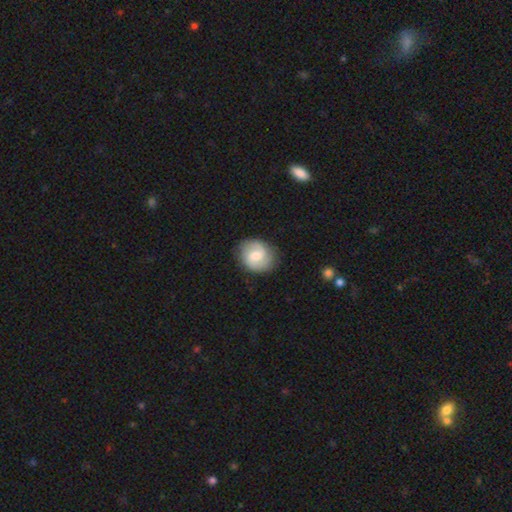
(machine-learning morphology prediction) Smooth or featured: featured or disk — 56% (smooth — 37%)
Edge-on disk: no — 98% (yes — 2%)
Bar: weak — 54% (no — 35%)
Spiral arms: yes — 88% (no — 12%)
Bulge size: moderate — 57% (small — 31%)
Merging: none — 82% (minor disturbance — 13%)